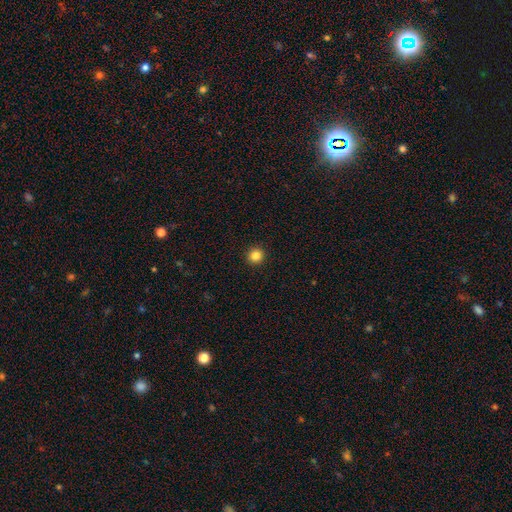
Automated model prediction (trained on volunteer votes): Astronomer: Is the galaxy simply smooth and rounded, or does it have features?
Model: smooth — 85%.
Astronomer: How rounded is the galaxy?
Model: round — 94%.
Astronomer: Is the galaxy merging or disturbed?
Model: none — 93%.